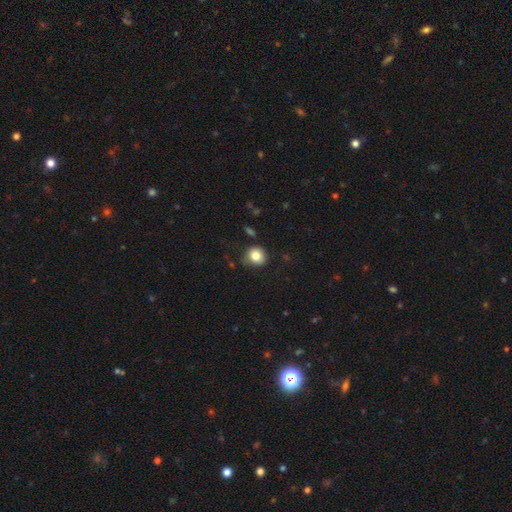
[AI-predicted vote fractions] smooth_or_featured: smooth (p=0.82) [alt: star or artifact p=0.10]
how_rounded: round (p=0.84) [alt: in between p=0.15]
merging: none (p=0.79) [alt: minor disturbance p=0.15]